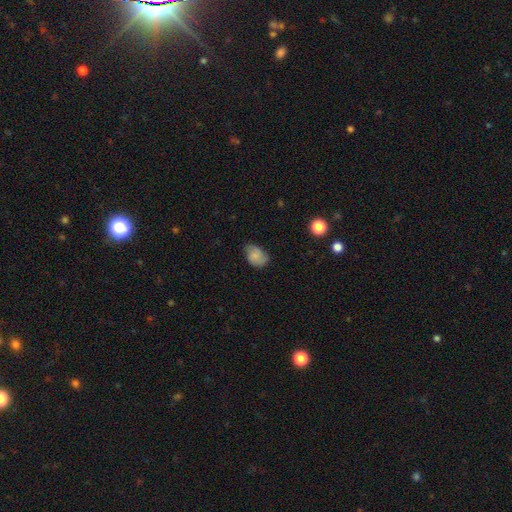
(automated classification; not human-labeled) The model was most divided on "smooth or featured": smooth: 63%, featured or disk: 28%, star or artifact: 9%. More confident: how rounded — in between (76%); merging — none (65%).